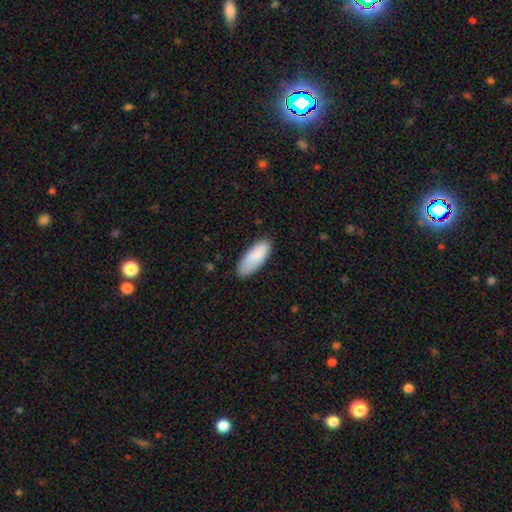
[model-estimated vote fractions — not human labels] A smooth galaxy with no disk features (88%) that is in between round and cigar-shaped (78%). Merging: none (78%).